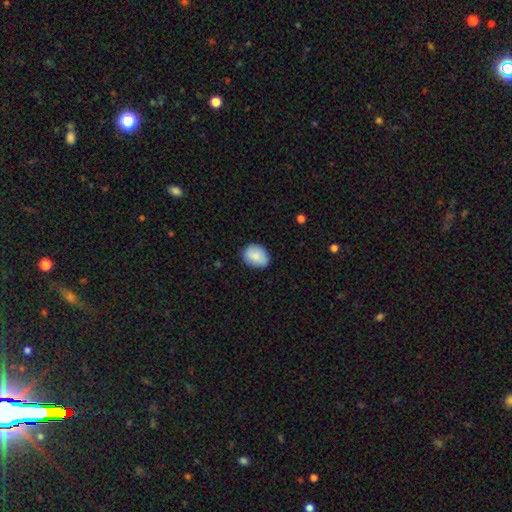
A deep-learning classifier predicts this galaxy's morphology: A smooth galaxy with no disk features (85%) that is in between round and cigar-shaped (62%). Merging: none (83%).